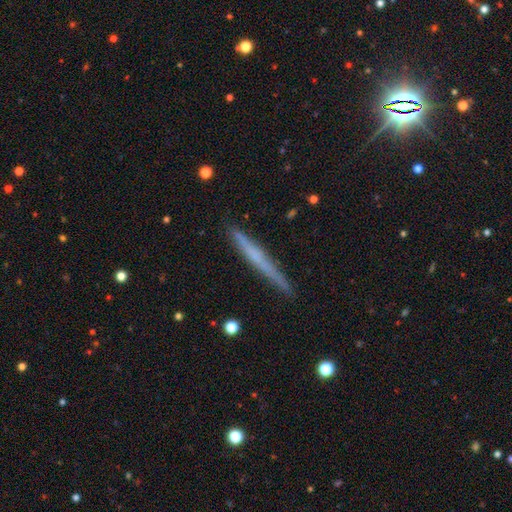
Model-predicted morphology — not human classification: A featured or disk galaxy (50%) viewed edge-on (97%). Merging: none (89%).